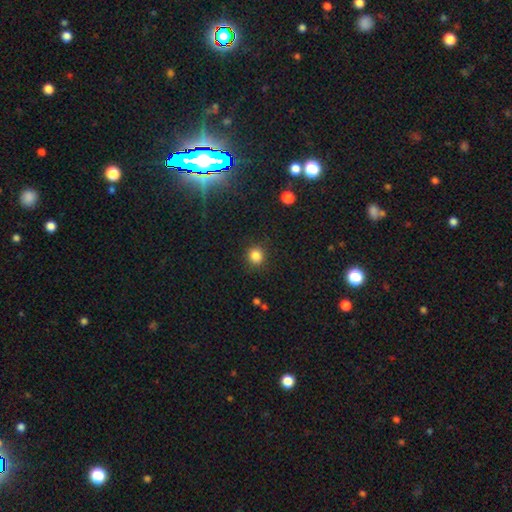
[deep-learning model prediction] Overall: smooth (84%). How rounded: round (89%). Merging: none (89%).